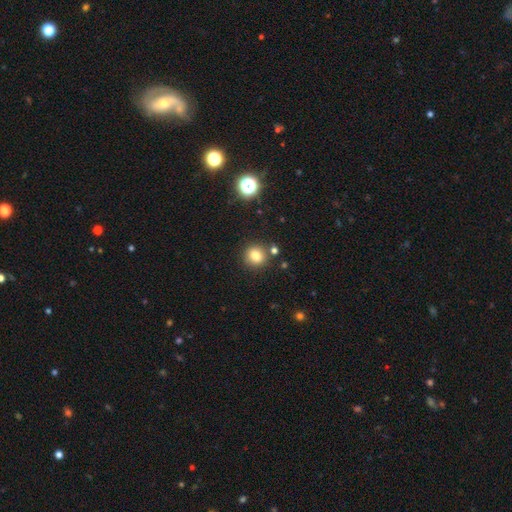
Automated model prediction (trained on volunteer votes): A smooth galaxy with no disk features (80%) that is round (86%).

Vote fractions:
- Smooth or featured? smooth: 80% / star or artifact: 13% / featured or disk: 7%
- How rounded? round: 86% / in between: 13% / cigar-shaped: 1%
- Merging? none: 83% / minor disturbance: 9% / merger: 6% / major disturbance: 3%